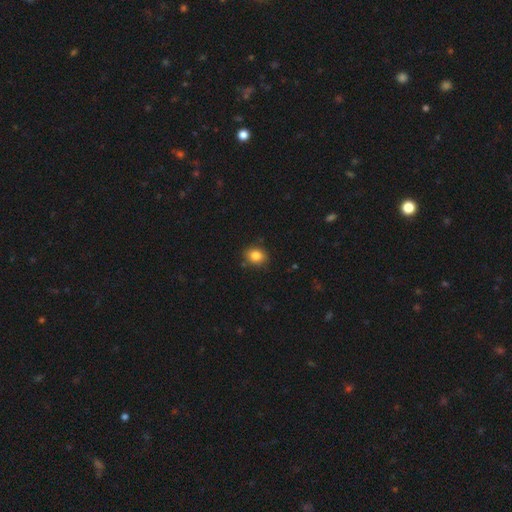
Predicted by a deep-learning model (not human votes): smooth 83%, star or artifact 10%, featured or disk 7%. Down the decision tree: how rounded — round (56%); merging — none (84%).